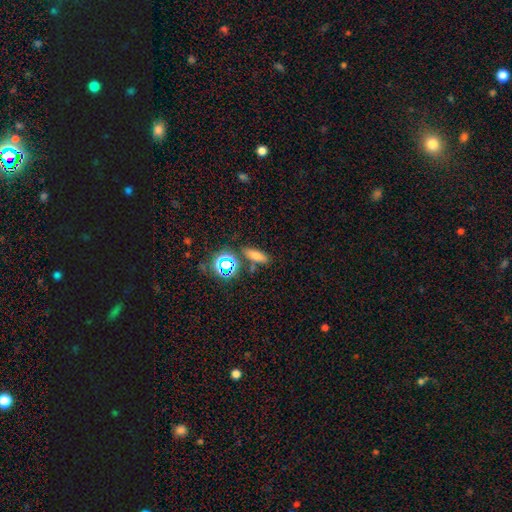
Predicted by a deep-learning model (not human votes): A smooth galaxy with no disk features (69%) that is in between round and cigar-shaped (57%). Merging: none (77%).